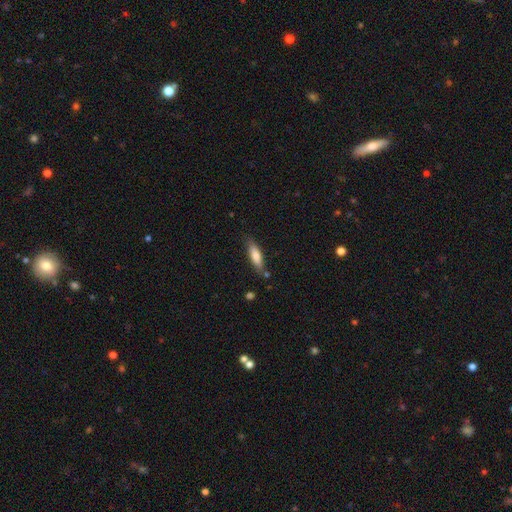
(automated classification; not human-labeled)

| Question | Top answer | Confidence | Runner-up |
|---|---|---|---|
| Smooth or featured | smooth | 74% | featured or disk (19%) |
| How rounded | cigar-shaped | 57% | in between (41%) |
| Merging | none | 76% | minor disturbance (16%) |